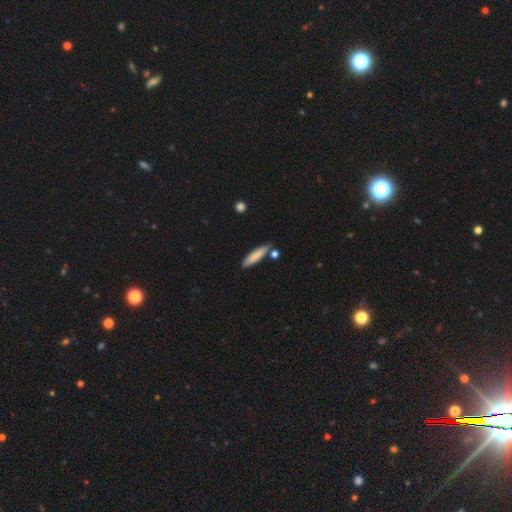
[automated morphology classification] This appears to be a smooth galaxy with no disk features (81%) that is cigar-shaped (78%). Merging: none (78%).